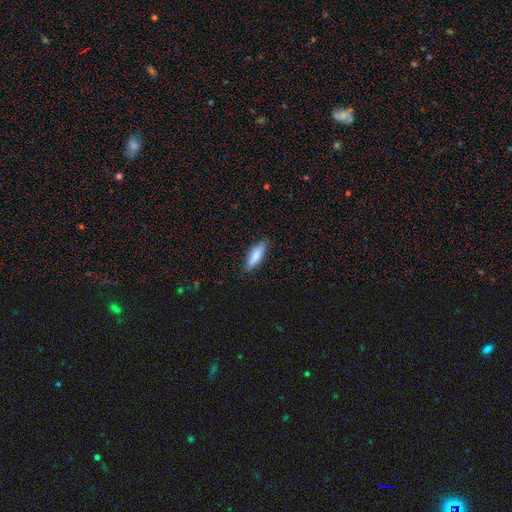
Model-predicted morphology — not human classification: This appears to be a smooth galaxy with no disk features (78%) that is cigar-shaped (51%). Merging: none (82%).